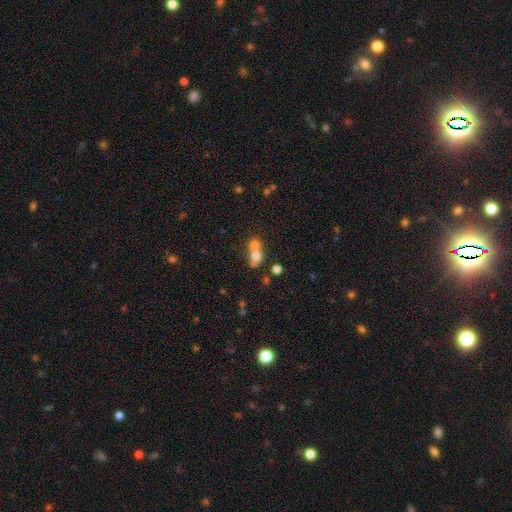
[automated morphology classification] smooth 70%, featured or disk 19%, star or artifact 11%. Down the decision tree: how rounded — round (58%); merging — merger (68%).